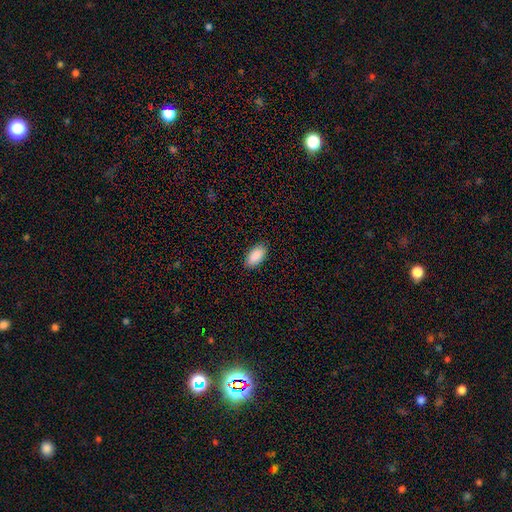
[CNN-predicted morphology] Smooth or featured? smooth (90%)
How rounded? in between (95%)
Merging? none (89%)